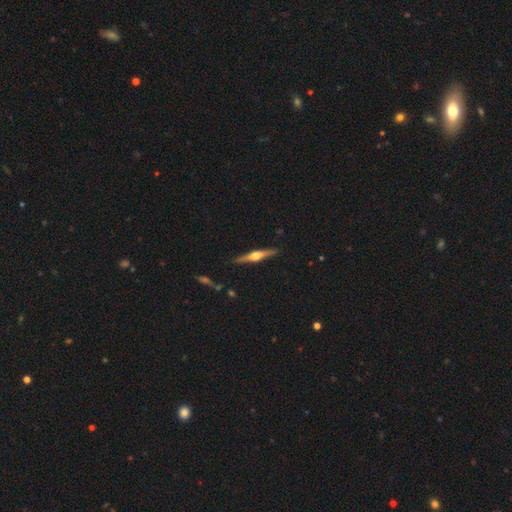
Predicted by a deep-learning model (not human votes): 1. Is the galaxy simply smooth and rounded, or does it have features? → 72% featured or disk, 23% smooth, 6% star or artifact.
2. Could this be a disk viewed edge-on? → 97% yes, 3% no.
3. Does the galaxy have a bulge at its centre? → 93% rounded, 4% boxy, 3% none.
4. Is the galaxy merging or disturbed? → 89% none, 8% minor disturbance, 2% major disturbance, 2% merger.